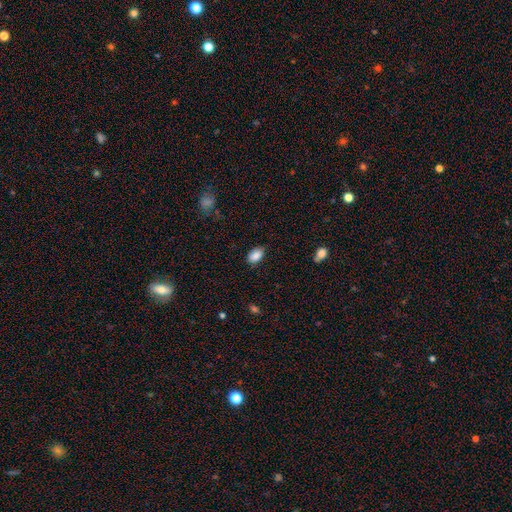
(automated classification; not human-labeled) Morphology: type=smooth (88%); roundness=in between (90%); merging=none (83%).